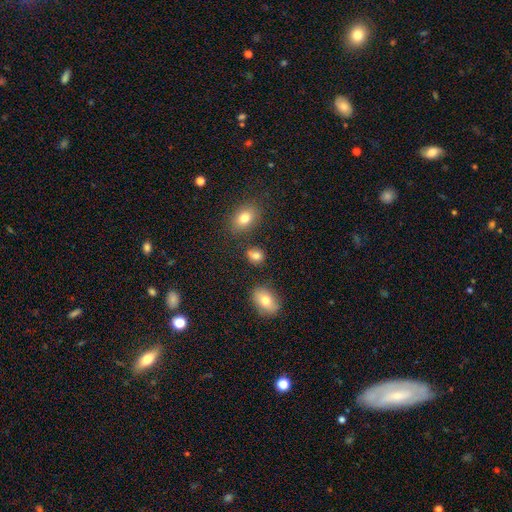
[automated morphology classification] A smooth galaxy with no disk features (81%) that is in between round and cigar-shaped (52%).

Vote fractions:
- Smooth or featured? smooth: 81% / star or artifact: 12% / featured or disk: 7%
- How rounded? in between: 52% / round: 46% / cigar-shaped: 2%
- Merging? none: 77% / minor disturbance: 12% / merger: 7% / major disturbance: 4%